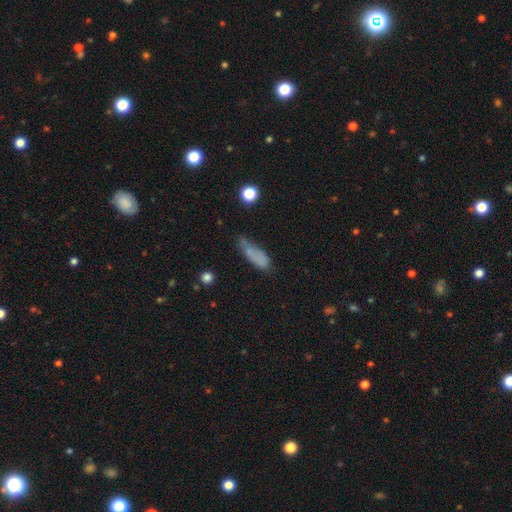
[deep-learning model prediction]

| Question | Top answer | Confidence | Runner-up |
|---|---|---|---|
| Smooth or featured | smooth | 71% | featured or disk (16%) |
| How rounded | in between | 55% | cigar-shaped (42%) |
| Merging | none | 43% | minor disturbance (32%) |